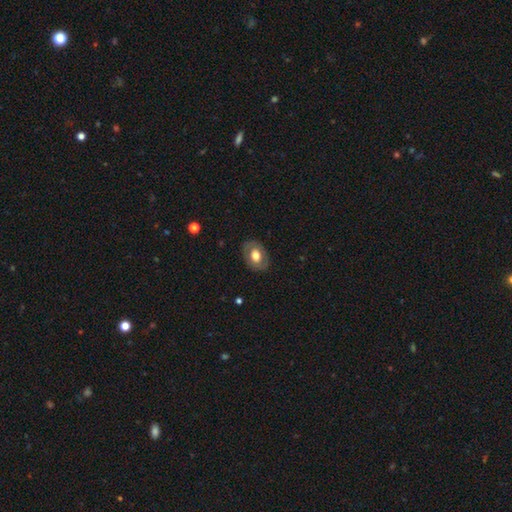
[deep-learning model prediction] Overall: smooth (56%; featured or disk 37%). How rounded: in between (72%). Merging: none (82%).